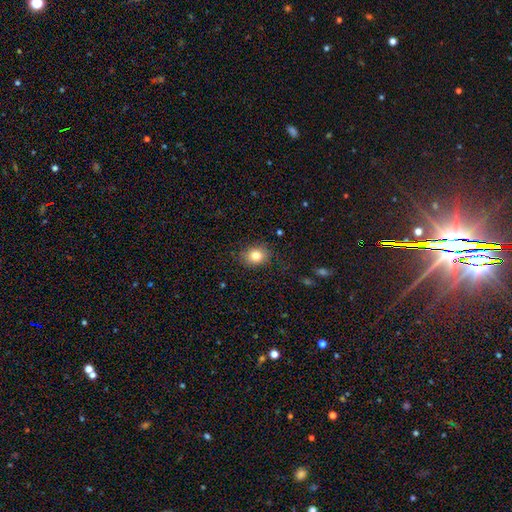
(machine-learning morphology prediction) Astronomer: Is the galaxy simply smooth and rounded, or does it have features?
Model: smooth — 81%.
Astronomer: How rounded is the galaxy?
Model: round — 51% (runner-up: in between, 48%).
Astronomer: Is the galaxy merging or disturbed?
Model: none — 83%.